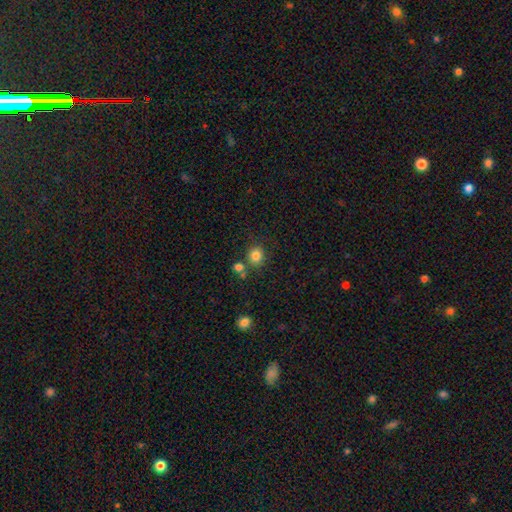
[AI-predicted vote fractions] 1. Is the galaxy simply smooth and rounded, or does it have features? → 82% smooth, 12% star or artifact, 6% featured or disk.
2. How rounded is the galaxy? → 84% round, 16% in between, 1% cigar-shaped.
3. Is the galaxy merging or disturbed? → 74% none, 13% merger, 10% minor disturbance, 3% major disturbance.